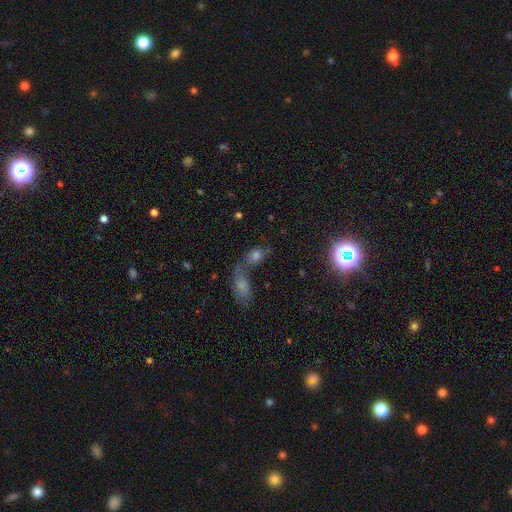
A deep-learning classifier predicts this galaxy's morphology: A smooth galaxy with no disk features (56%) that is in between round and cigar-shaped (65%).

Vote fractions:
- Smooth or featured? smooth: 56% / star or artifact: 28% / featured or disk: 15%
- How rounded? in between: 65% / round: 30% / cigar-shaped: 5%
- Merging? merger: 45% / none: 37% / minor disturbance: 11% / major disturbance: 8%